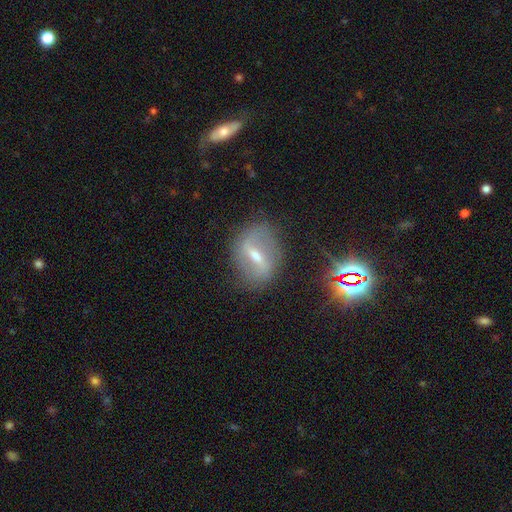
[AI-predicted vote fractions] featured or disk 68%, smooth 18%, star or artifact 15%. Down the decision tree: edge-on disk — no (87%); bar — strong (62%); spiral arms — yes (59%); bulge size — moderate (47%, tied with small); merging — none (78%).